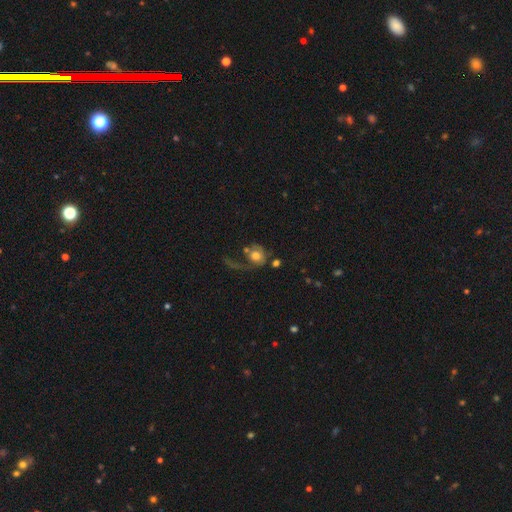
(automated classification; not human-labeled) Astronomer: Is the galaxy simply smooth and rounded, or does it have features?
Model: smooth — 56% (runner-up: featured or disk, 34%).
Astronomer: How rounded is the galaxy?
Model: round — 68%.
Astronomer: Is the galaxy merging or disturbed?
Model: major disturbance — 44% (runner-up: none, 26%).